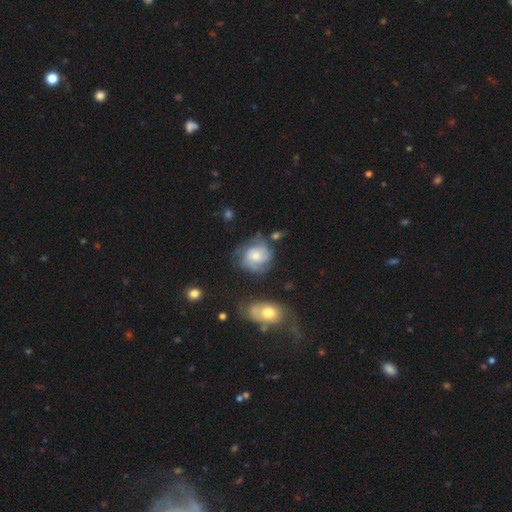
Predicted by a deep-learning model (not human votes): Morphology: type=featured or disk (63%); edge-on=no (97%); bar=no (72%); spiral arms=yes (85%); winding=tight (50%); arm count=can't tell (34%); bulge=moderate (50%); merging=none (56%).